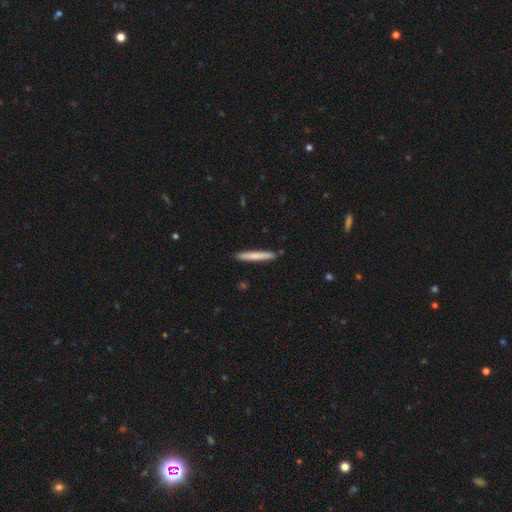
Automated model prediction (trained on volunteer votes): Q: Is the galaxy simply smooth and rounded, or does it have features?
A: smooth — 74%.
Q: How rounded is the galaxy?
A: cigar-shaped — 96%.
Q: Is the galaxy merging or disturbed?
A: none — 89%.